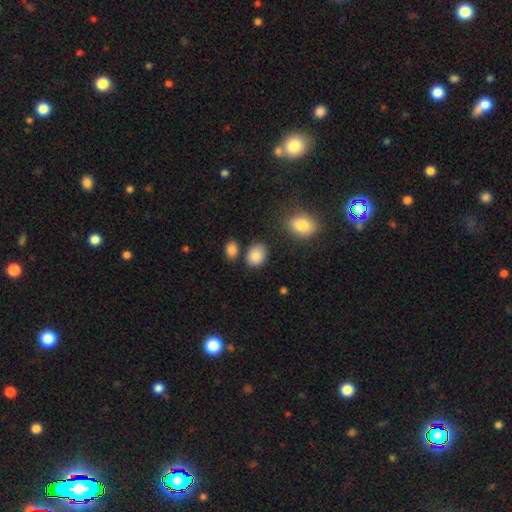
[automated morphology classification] Overall: smooth (87%). How rounded: in between (66%; round 33%). Merging: none (76%).